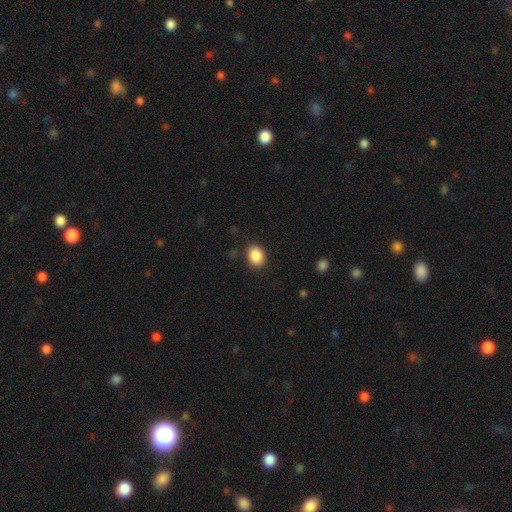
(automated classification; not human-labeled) Smooth or featured? smooth (88%)
How rounded? in between (59%)
Merging? none (86%)